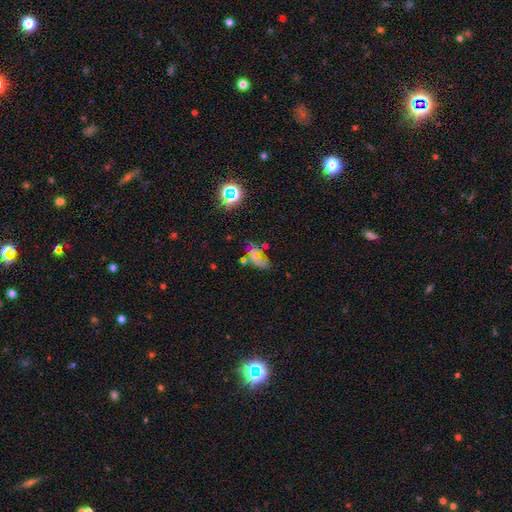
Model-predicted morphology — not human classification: A smooth galaxy with no disk features (44%).

Vote fractions:
- Smooth or featured? smooth: 44% / featured or disk: 32% / star or artifact: 24%
- Merging? none: 40% / minor disturbance: 24% / major disturbance: 21% / merger: 15%